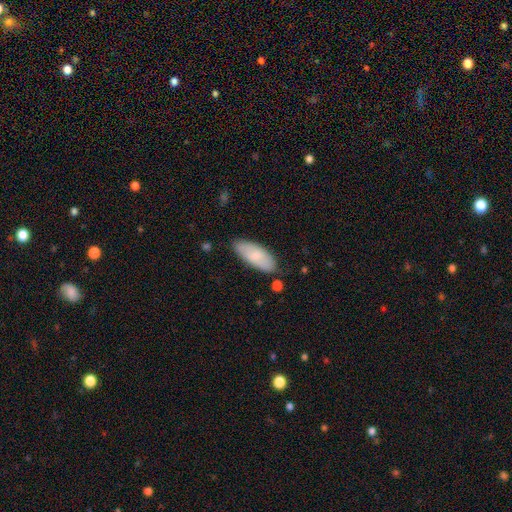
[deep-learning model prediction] smooth 77%, featured or disk 17%, star or artifact 6%. Down the decision tree: how rounded — in between (80%); merging — none (77%).